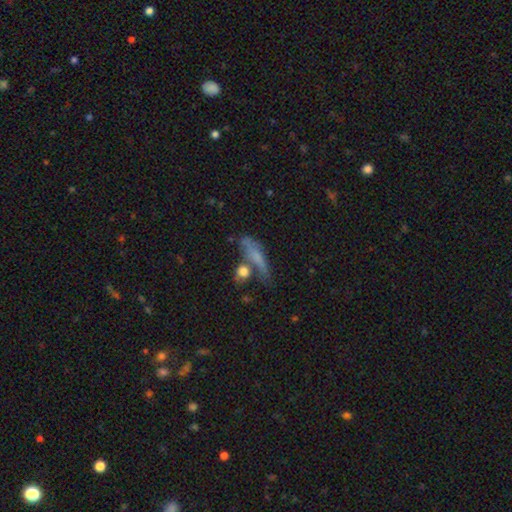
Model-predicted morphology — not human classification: Smooth or featured?
  - smooth: 57% *
  - featured or disk: 32%
  - star or artifact: 12%
How rounded?
  - cigar-shaped: 65% *
  - in between: 28%
  - round: 7%
Merging?
  - none: 46% *
  - merger: 20%
  - minor disturbance: 20%
  - major disturbance: 14%